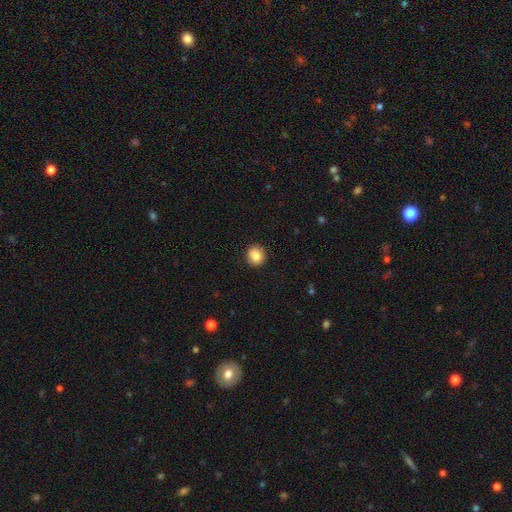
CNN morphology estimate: The model was most divided on "smooth or featured": smooth: 84%, star or artifact: 9%, featured or disk: 7%. More confident: how rounded — round (87%); merging — none (87%).